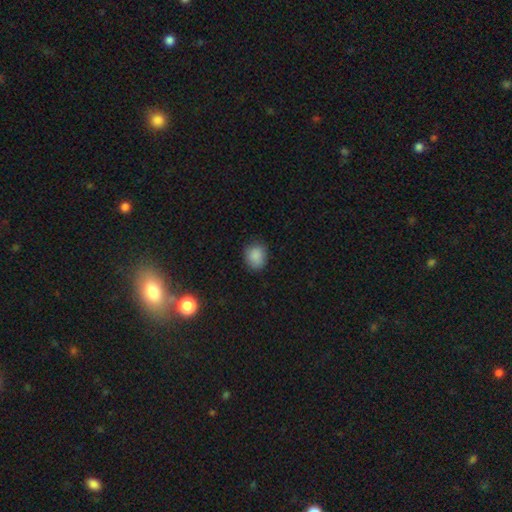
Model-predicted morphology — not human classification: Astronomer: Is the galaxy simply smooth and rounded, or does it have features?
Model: smooth — 87%.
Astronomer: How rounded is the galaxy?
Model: round — 66%.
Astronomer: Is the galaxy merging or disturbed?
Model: none — 83%.